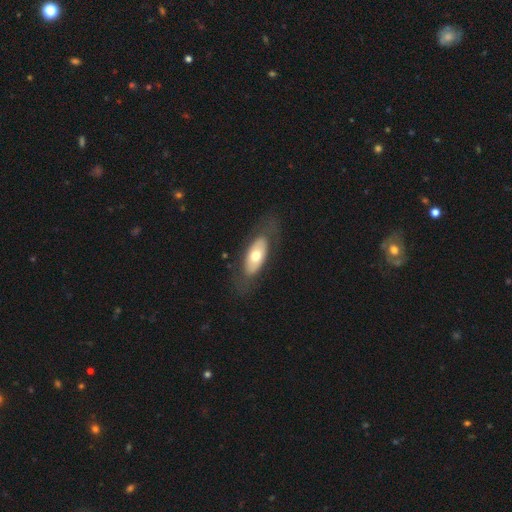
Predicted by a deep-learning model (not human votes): smooth-or-featured: smooth: 55% | featured or disk: 39% | star or artifact: 5%
  how-rounded: in between: 84% | cigar-shaped: 13% | round: 3%
  merging: none: 75% | minor disturbance: 15% | major disturbance: 9% | merger: 1%